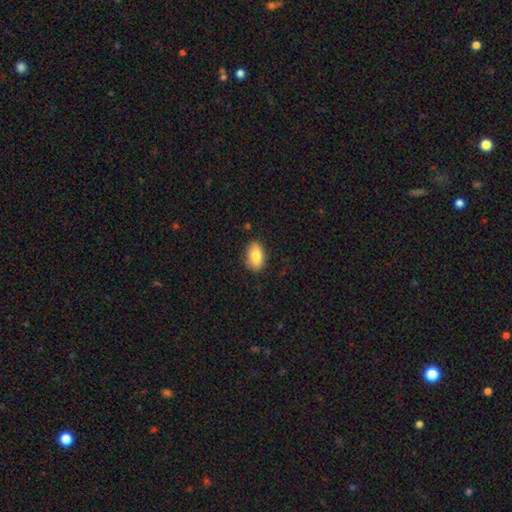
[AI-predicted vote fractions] Smooth or featured?
  - smooth: 81% *
  - featured or disk: 12%
  - star or artifact: 7%
How rounded?
  - in between: 89% *
  - round: 8%
  - cigar-shaped: 3%
Merging?
  - none: 84% *
  - minor disturbance: 13%
  - major disturbance: 2%
  - merger: 1%